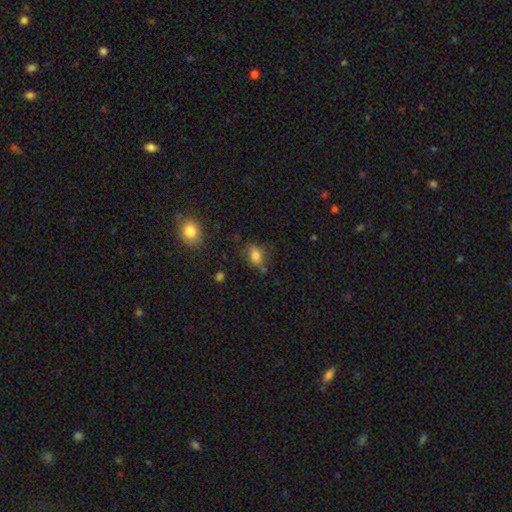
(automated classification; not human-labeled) This appears to be a smooth galaxy with no disk features (77%) that is in between round and cigar-shaped (62%). Merging: none (65%).